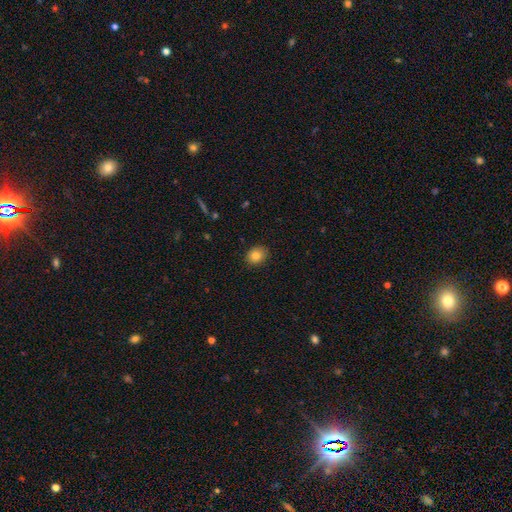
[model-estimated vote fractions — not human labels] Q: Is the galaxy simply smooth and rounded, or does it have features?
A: smooth — 83%.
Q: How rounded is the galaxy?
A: round — 55%.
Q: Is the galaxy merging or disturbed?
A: none — 89%.